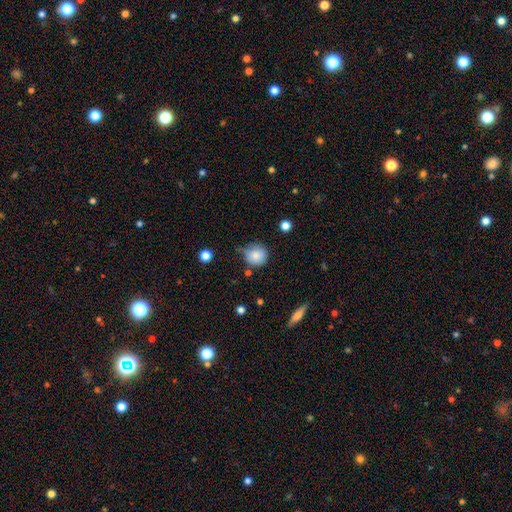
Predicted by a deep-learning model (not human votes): This appears to be a smooth galaxy with no disk features (81%) that is round (88%). Merging: none (57%).